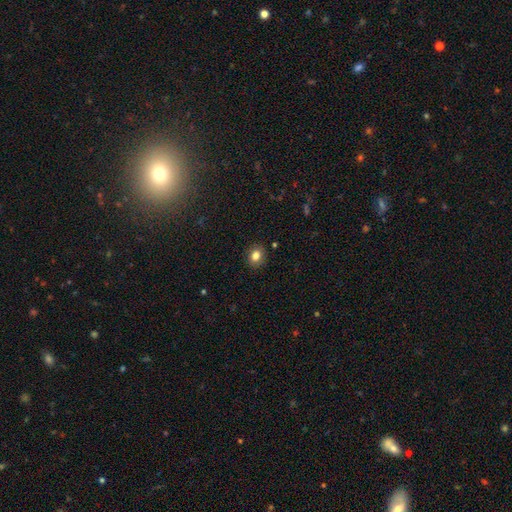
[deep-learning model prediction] smooth 82%, star or artifact 10%, featured or disk 8%. Down the decision tree: how rounded — round (55%); merging — none (88%).